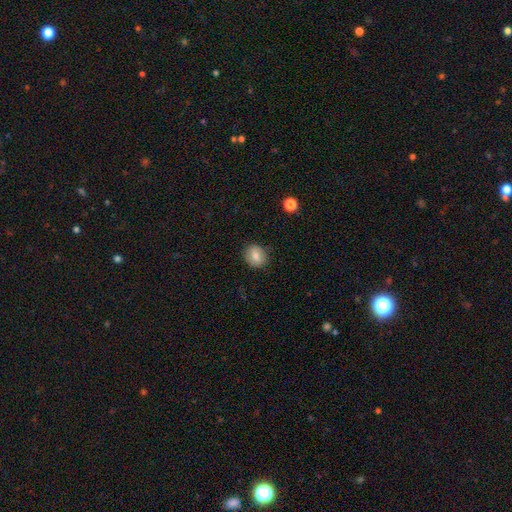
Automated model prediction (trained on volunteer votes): smooth-or-featured: smooth: 77% | featured or disk: 14% | star or artifact: 9%
  how-rounded: round: 73% | in between: 26% | cigar-shaped: 1%
  merging: none: 86% | minor disturbance: 10% | major disturbance: 3% | merger: 1%